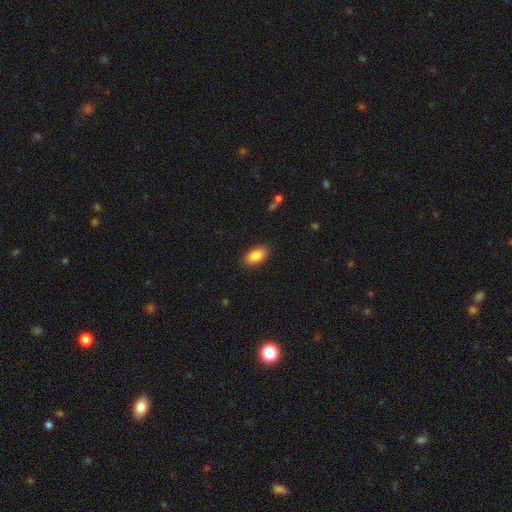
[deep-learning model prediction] Q: Smooth or featured?
A: smooth (85%); runner-up: featured or disk (7%)
Q: How rounded?
A: in between (93%); runner-up: round (4%)
Q: Merging?
A: none (87%); runner-up: minor disturbance (10%)